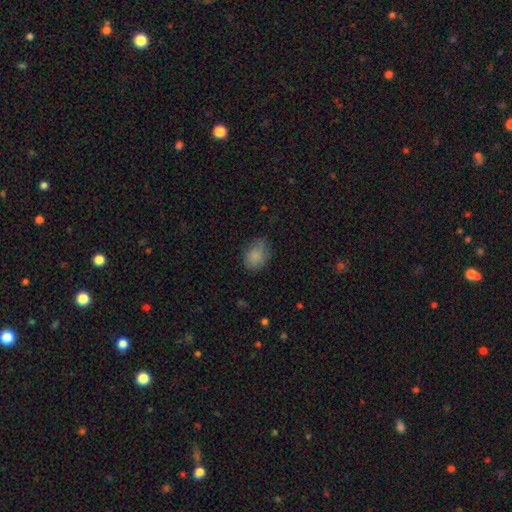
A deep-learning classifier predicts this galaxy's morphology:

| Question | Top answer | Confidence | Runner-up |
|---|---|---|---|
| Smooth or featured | smooth | 82% | star or artifact (9%) |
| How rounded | in between | 64% | round (34%) |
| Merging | none | 61% | minor disturbance (30%) |